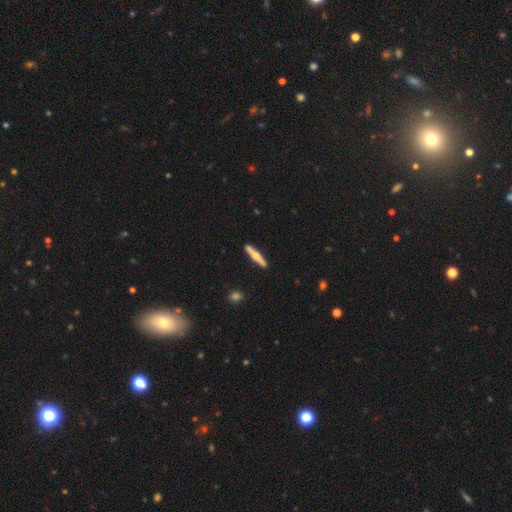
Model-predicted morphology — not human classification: This appears to be a featured or disk galaxy (57%) viewed edge-on (96%) with a rounded central bulge (89%). Merging: none (88%).